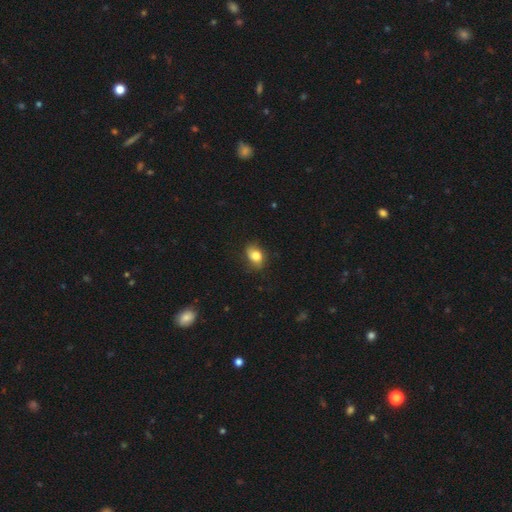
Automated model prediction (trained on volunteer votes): smooth-or-featured: smooth: 79% | featured or disk: 12% | star or artifact: 9%
  how-rounded: in between: 66% | round: 33% | cigar-shaped: 1%
  merging: none: 73% | minor disturbance: 20% | major disturbance: 5% | merger: 1%